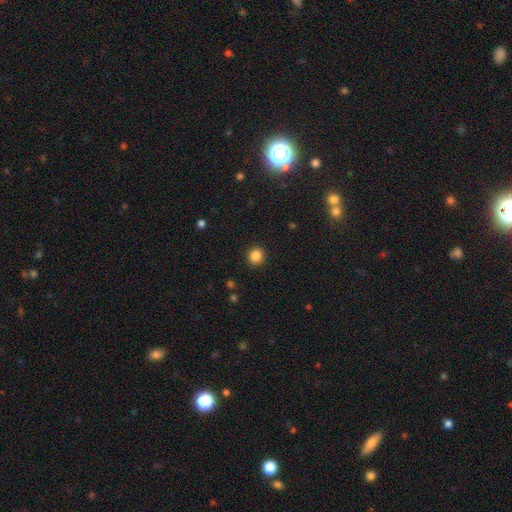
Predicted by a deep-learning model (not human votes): smooth-or-featured: smooth: 85% | star or artifact: 11% | featured or disk: 3%
  how-rounded: round: 91% | in between: 8% | cigar-shaped: 1%
  merging: none: 92% | minor disturbance: 5% | major disturbance: 2% | merger: 1%